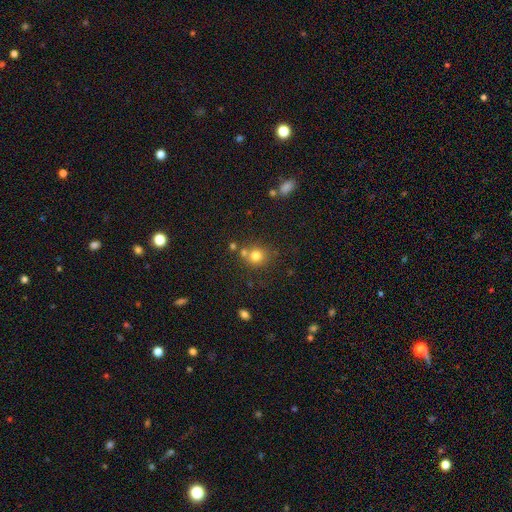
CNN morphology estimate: This appears to be a smooth galaxy with no disk features (77%) that is round (84%). Merging: none (63%).